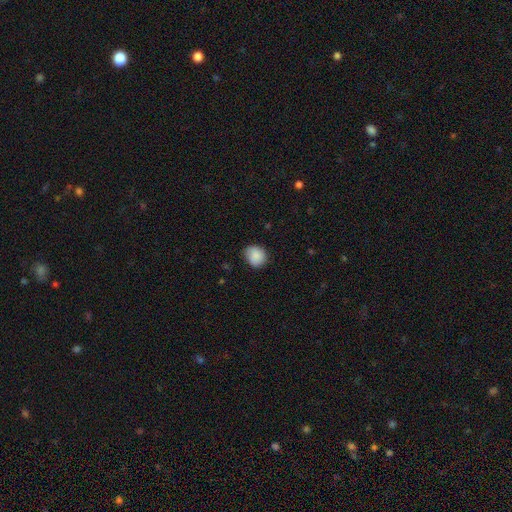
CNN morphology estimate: type=smooth (85%); roundness=round (78%); merging=none (75%).